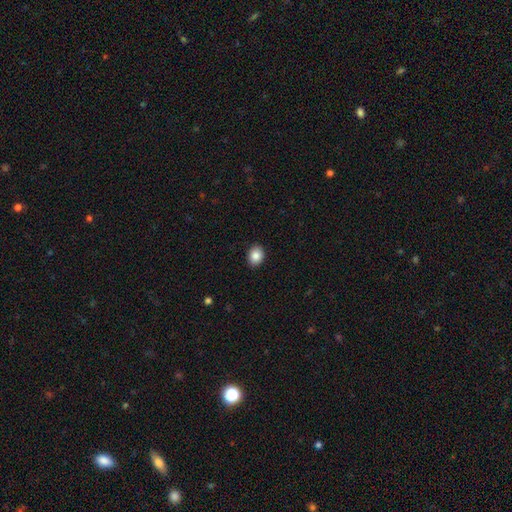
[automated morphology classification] smooth_or_featured: smooth (p=0.86) [alt: star or artifact p=0.09]
how_rounded: in between (p=0.52) [alt: round p=0.47]
merging: none (p=0.91) [alt: minor disturbance p=0.07]